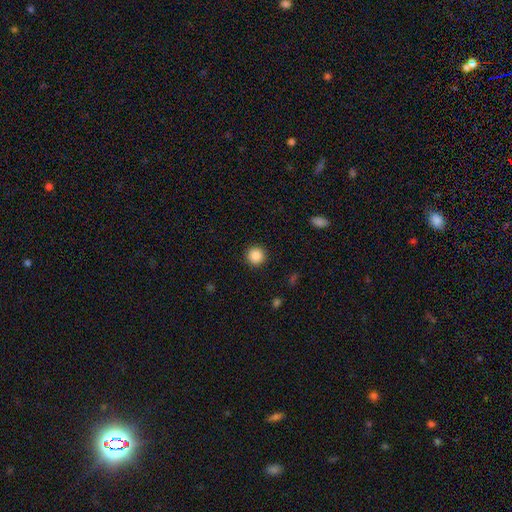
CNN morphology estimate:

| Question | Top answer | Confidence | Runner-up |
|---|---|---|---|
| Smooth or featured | smooth | 87% | star or artifact (9%) |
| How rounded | round | 95% | in between (4%) |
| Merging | none | 92% | minor disturbance (5%) |